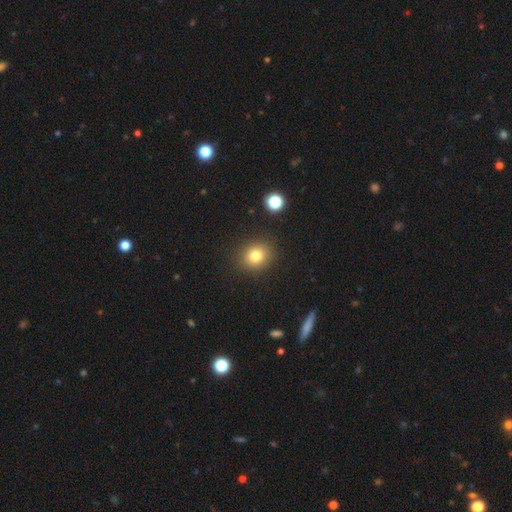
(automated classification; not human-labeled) smooth 80%, star or artifact 13%, featured or disk 8%. Down the decision tree: how rounded — round (75%); merging — none (88%).